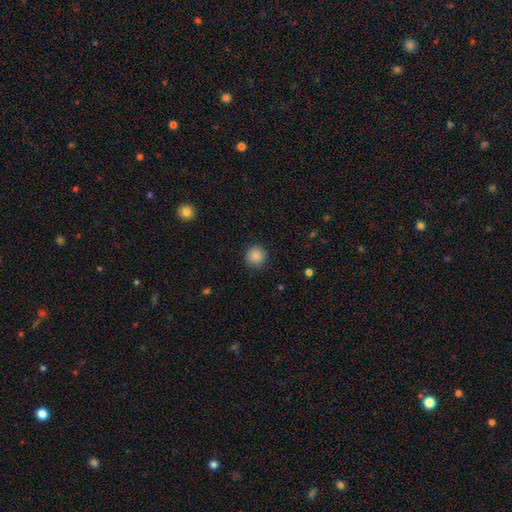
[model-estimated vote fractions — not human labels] Q: Smooth or featured?
A: smooth (88%); runner-up: star or artifact (9%)
Q: How rounded?
A: round (94%); runner-up: in between (5%)
Q: Merging?
A: none (90%); runner-up: minor disturbance (7%)